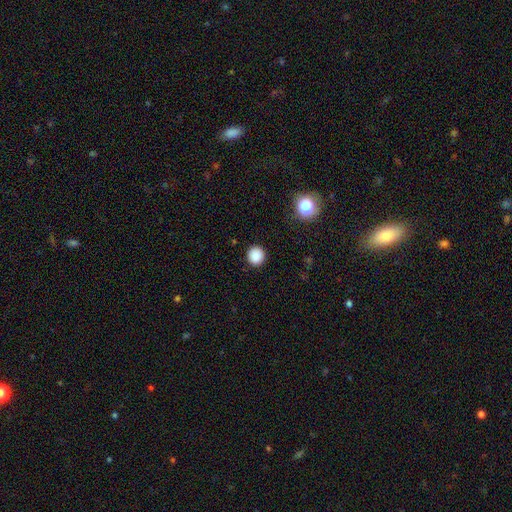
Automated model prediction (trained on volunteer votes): smooth-or-featured: smooth: 87% | star or artifact: 10% | featured or disk: 3%
  how-rounded: round: 92% | in between: 7% | cigar-shaped: 1%
  merging: none: 92% | minor disturbance: 5% | major disturbance: 2% | merger: 1%